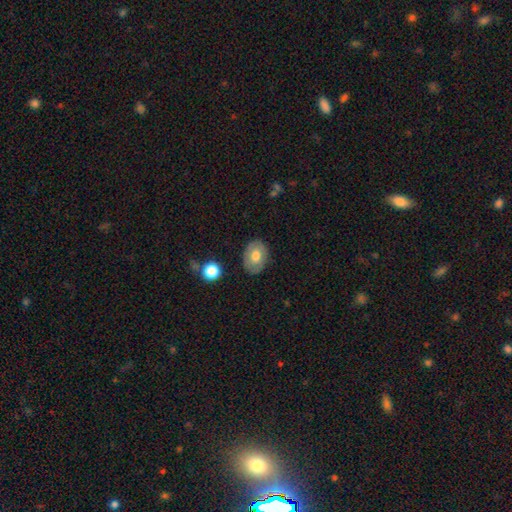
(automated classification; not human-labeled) smooth 66%, featured or disk 26%, star or artifact 7%. Down the decision tree: how rounded — in between (73%); merging — none (83%).